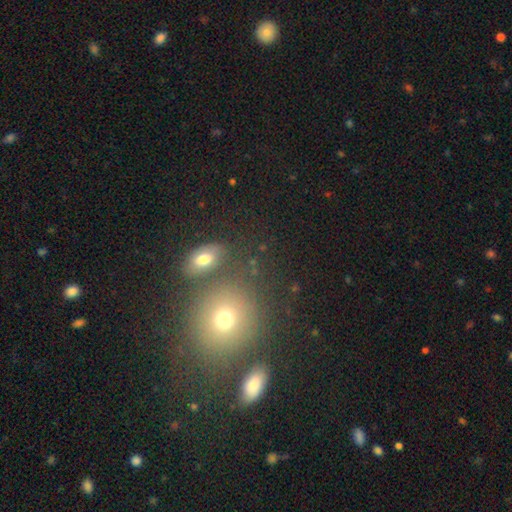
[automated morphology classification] Q: Smooth or featured?
A: smooth (52%); runner-up: star or artifact (32%)
Q: How rounded?
A: round (72%); runner-up: in between (26%)
Q: Merging?
A: none (67%); runner-up: merger (17%)